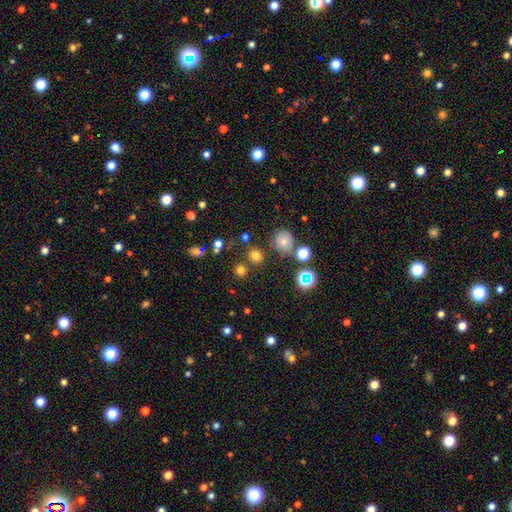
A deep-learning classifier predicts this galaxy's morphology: Smooth or featured: smooth — 70% (star or artifact — 23%)
How rounded: round — 90% (in between — 9%)
Merging: none — 78% (merger — 10%)